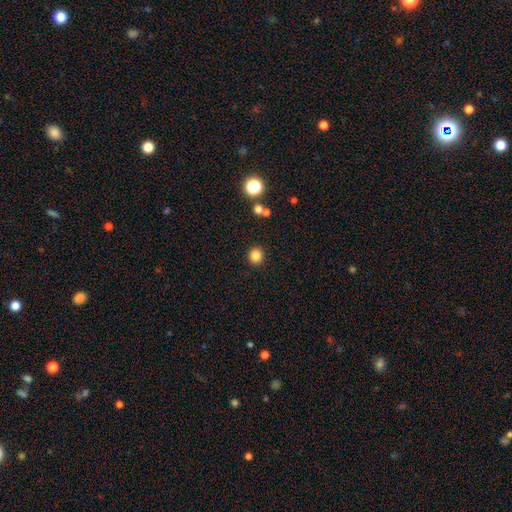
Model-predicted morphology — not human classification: smooth_or_featured: smooth (p=0.83) [alt: star or artifact p=0.12]
how_rounded: round (p=0.92) [alt: in between p=0.08]
merging: none (p=0.91) [alt: minor disturbance p=0.05]